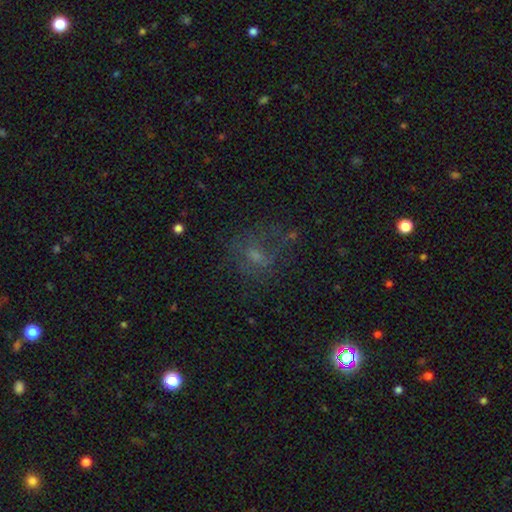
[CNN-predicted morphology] Overall: smooth (43%; featured or disk 33%). Merging: none (52%; major disturbance 25%).